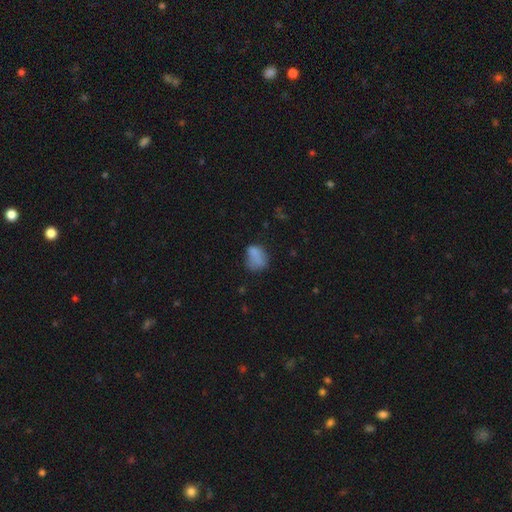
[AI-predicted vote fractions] smooth 76%, featured or disk 13%, star or artifact 11%. Down the decision tree: how rounded — in between (60%); merging — none (44%).